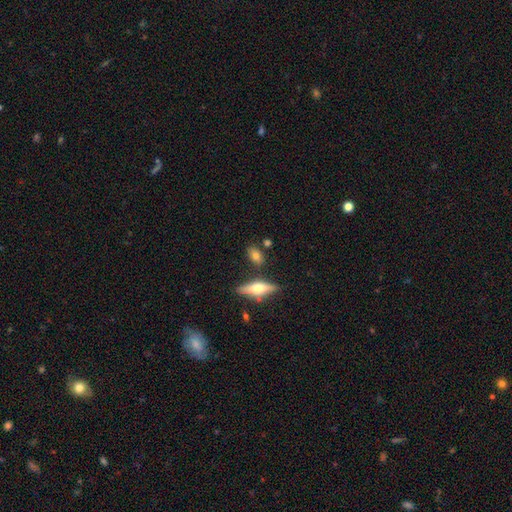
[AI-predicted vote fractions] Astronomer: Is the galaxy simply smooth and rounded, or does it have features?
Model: smooth — 69%.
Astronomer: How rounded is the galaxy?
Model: in between — 74%.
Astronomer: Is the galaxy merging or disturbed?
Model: none — 73%.